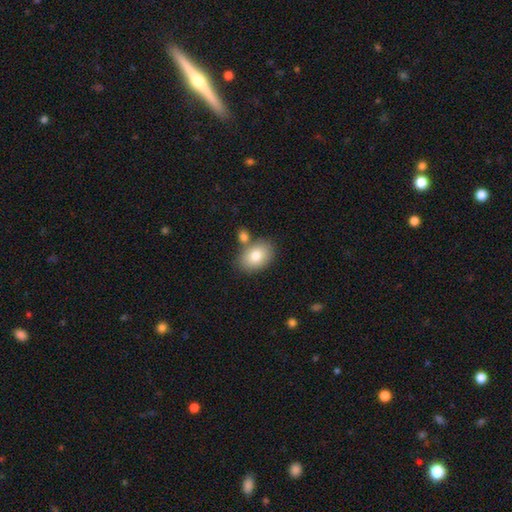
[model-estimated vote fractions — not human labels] Overall: smooth (79%). How rounded: in between (82%). Merging: none (68%).